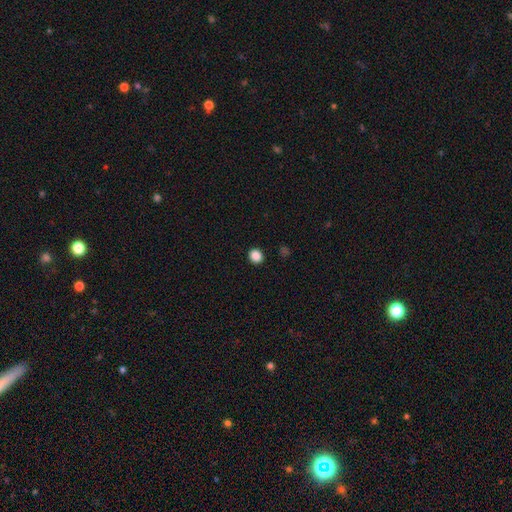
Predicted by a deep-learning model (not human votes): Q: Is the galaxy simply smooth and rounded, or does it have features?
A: smooth — 87%.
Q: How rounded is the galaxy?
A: round — 84%.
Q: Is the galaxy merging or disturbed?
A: none — 92%.